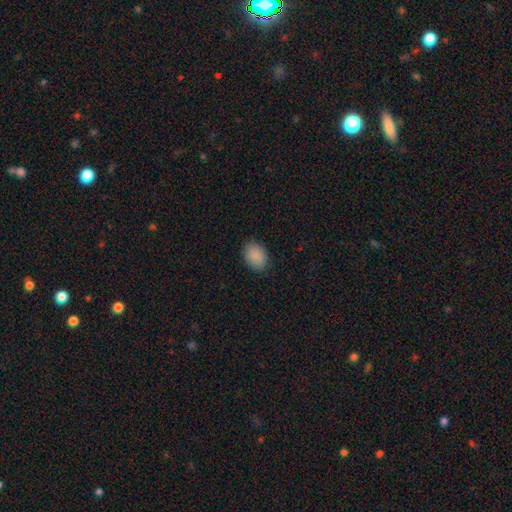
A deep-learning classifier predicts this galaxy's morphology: Smooth or featured? smooth (89%)
How rounded? in between (75%)
Merging? none (86%)